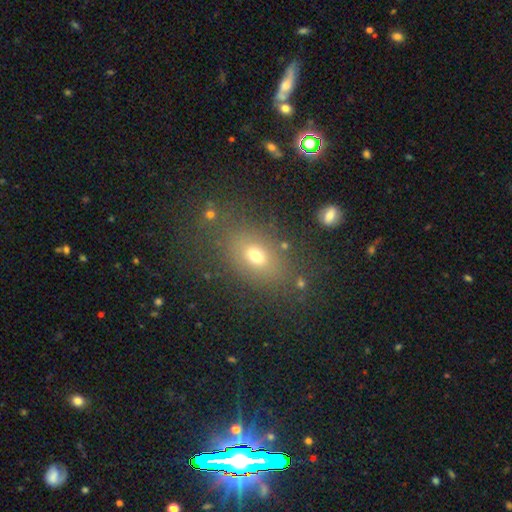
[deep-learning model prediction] smooth-or-featured: smooth: 68% | star or artifact: 18% | featured or disk: 15%
  how-rounded: in between: 74% | round: 23% | cigar-shaped: 3%
  merging: none: 75% | minor disturbance: 13% | major disturbance: 7% | merger: 5%